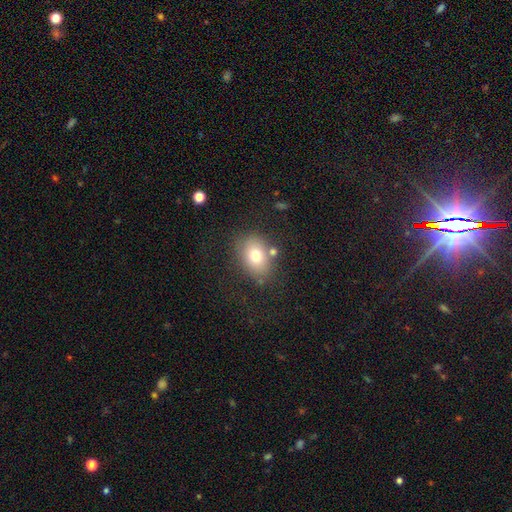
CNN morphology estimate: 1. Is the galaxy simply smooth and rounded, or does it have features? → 73% smooth, 16% featured or disk, 11% star or artifact.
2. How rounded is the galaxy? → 67% in between, 32% round, 1% cigar-shaped.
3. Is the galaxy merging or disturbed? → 73% none, 14% minor disturbance, 8% merger, 5% major disturbance.